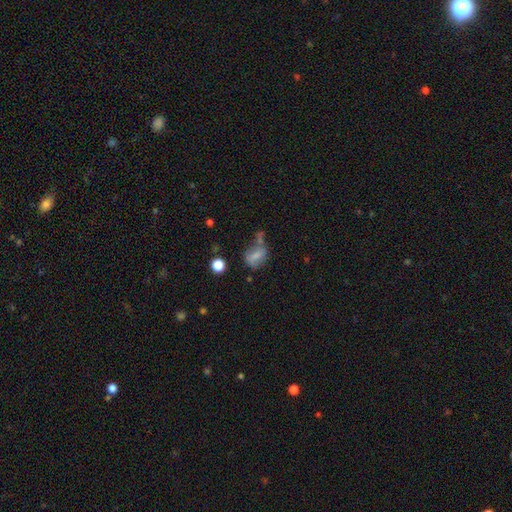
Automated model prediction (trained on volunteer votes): smooth-or-featured: smooth: 63% | featured or disk: 24% | star or artifact: 13%
  how-rounded: in between: 64% | round: 33% | cigar-shaped: 3%
  merging: none: 41% | minor disturbance: 25% | merger: 18% | major disturbance: 16%